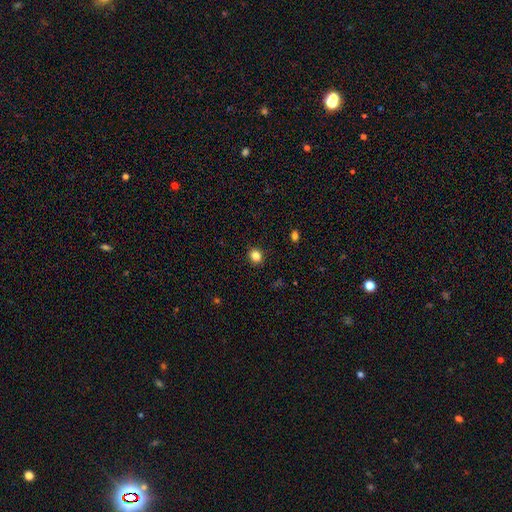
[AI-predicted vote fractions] Q: Smooth or featured?
A: smooth (85%); runner-up: star or artifact (11%)
Q: How rounded?
A: round (62%); runner-up: in between (37%)
Q: Merging?
A: none (90%); runner-up: minor disturbance (7%)